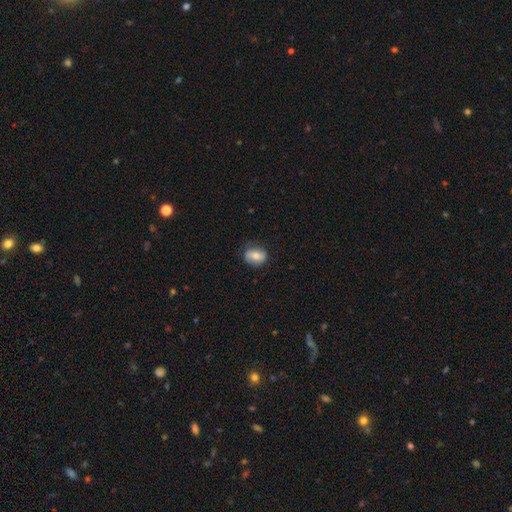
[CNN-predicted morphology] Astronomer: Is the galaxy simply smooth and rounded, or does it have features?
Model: smooth — 65%.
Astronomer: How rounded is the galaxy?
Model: round — 51% (runner-up: in between, 47%).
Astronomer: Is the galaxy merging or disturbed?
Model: none — 71%.